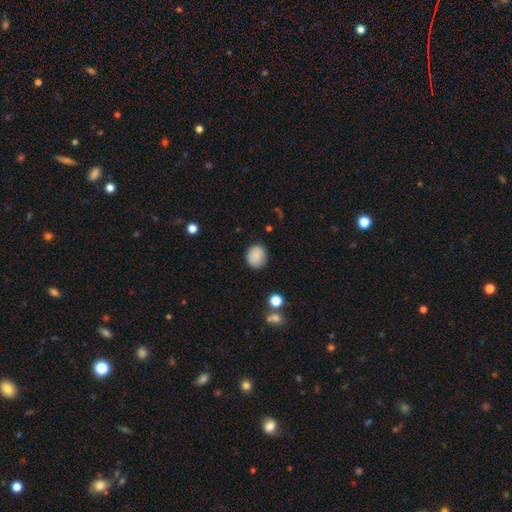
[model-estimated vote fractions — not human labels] Smooth or featured: smooth — 87% (star or artifact — 9%)
How rounded: round — 68% (in between — 32%)
Merging: none — 84% (minor disturbance — 12%)